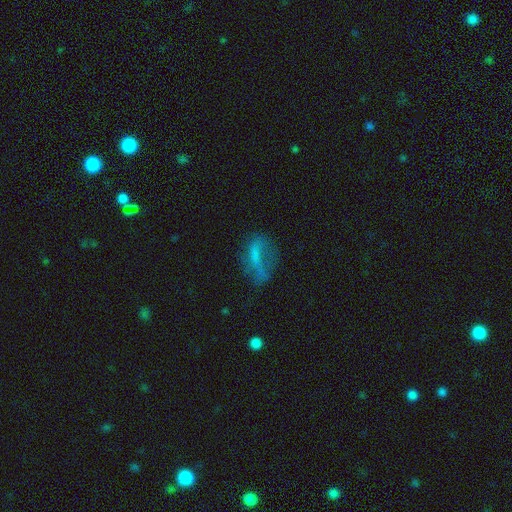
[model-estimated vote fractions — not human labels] Smooth or featured?
  - smooth: 49% *
  - featured or disk: 37%
  - star or artifact: 14%
Merging?
  - none: 40% *
  - major disturbance: 31%
  - minor disturbance: 25%
  - merger: 4%